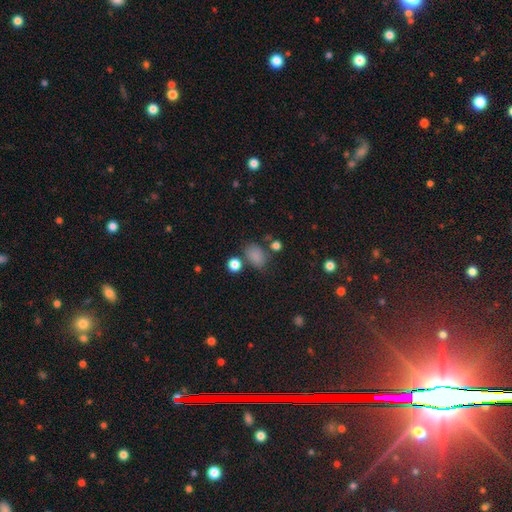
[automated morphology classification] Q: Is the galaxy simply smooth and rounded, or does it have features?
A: smooth — 81%.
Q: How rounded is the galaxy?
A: in between — 76%.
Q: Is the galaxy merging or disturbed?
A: none — 67%.